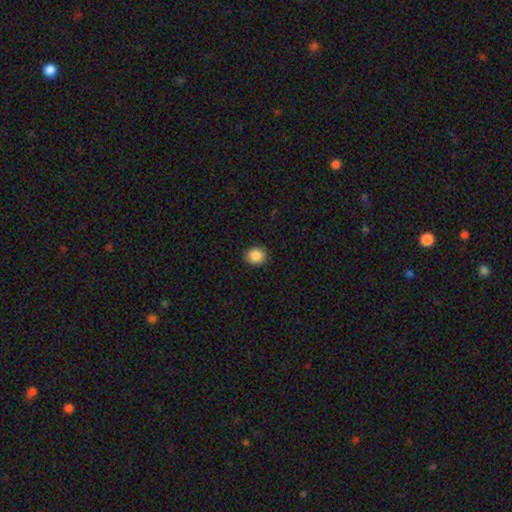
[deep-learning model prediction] Overall: smooth (88%). How rounded: round (78%). Merging: none (90%).